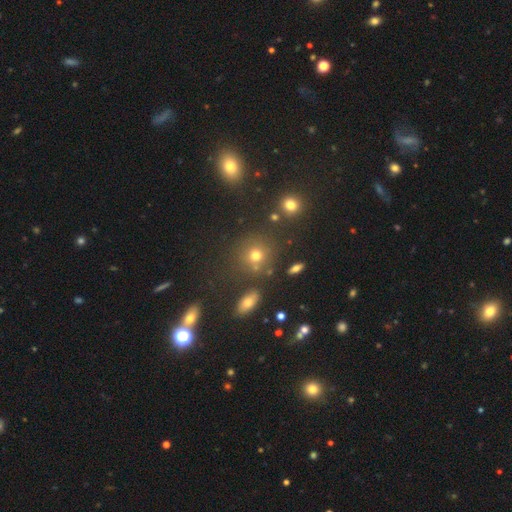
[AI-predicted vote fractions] smooth 70%, star or artifact 20%, featured or disk 11%. Down the decision tree: how rounded — round (85%); merging — none (75%).